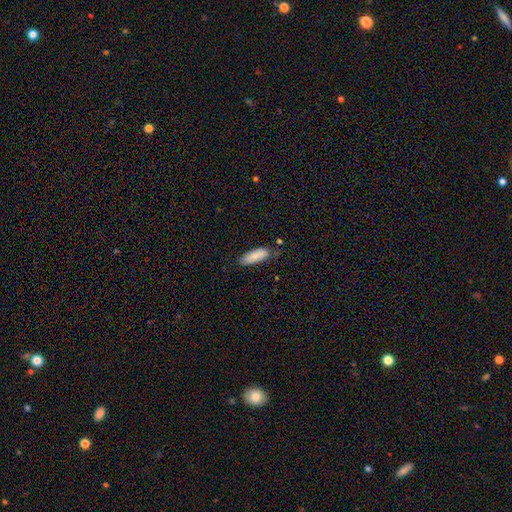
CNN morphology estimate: Overall: smooth (82%). How rounded: in between (68%; cigar-shaped 30%). Merging: none (73%).